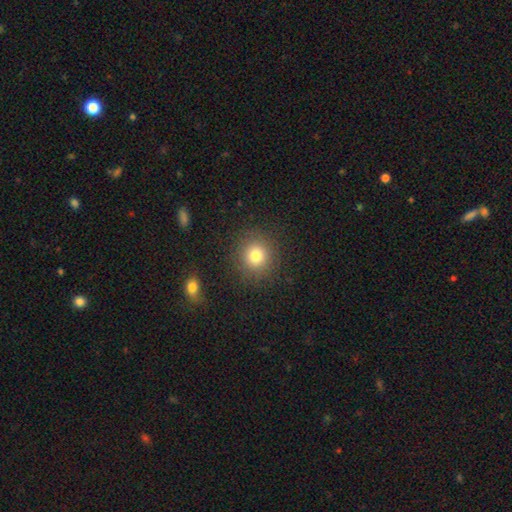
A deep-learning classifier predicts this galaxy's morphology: Smooth or featured? Predicted: smooth (p=0.78). How rounded? Predicted: round (p=0.89). Merging? Predicted: none (p=0.88).